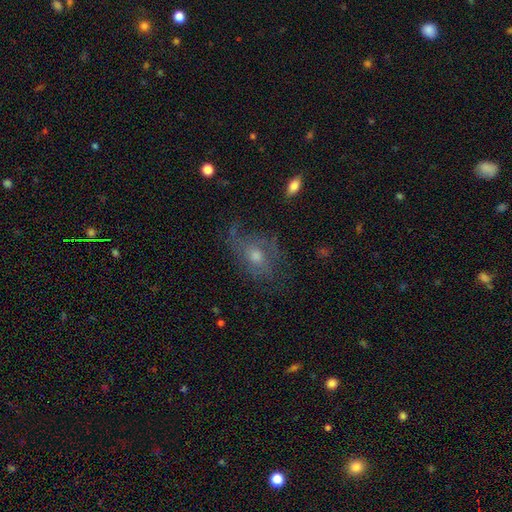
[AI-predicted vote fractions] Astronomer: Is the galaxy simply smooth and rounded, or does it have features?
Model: featured or disk — 53% (runner-up: smooth, 29%).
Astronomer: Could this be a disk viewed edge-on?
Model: no — 93%.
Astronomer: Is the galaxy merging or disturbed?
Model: none — 55%.